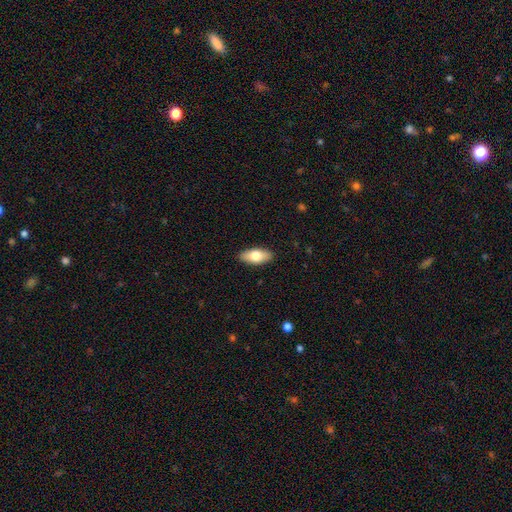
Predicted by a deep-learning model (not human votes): Smooth or featured: smooth — 73% (featured or disk — 21%)
How rounded: in between — 87% (cigar-shaped — 10%)
Merging: none — 90% (minor disturbance — 8%)